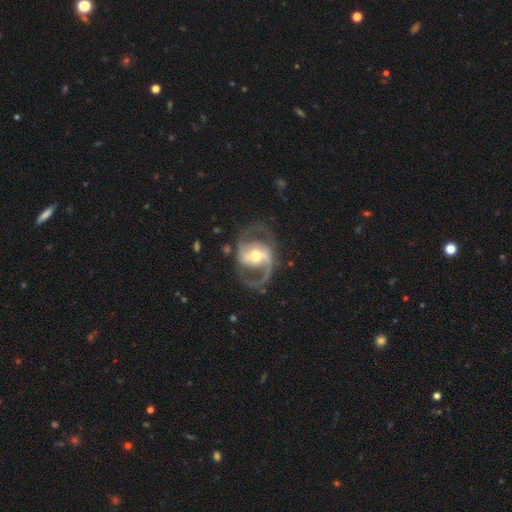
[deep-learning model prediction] smooth-or-featured: featured or disk: 89% | smooth: 7% | star or artifact: 5%
  disk-edge-on: no: 97% | yes: 3%
    bar: weak: 41% | strong: 37% | no: 22%
    has-spiral-arms: yes: 95% | no: 5%
      spiral-winding: medium: 55% | loose: 30% | tight: 15%
      spiral-arm-count: 2: 87% | 1: 6% | can't tell: 3% | 3: 2% | 4: 1% | more than 4: 1%
    bulge-size: moderate: 67% | small: 22% | large: 9% | none: 1% | dominant: 1%
  merging: none: 68% | minor disturbance: 16% | major disturbance: 14% | merger: 2%